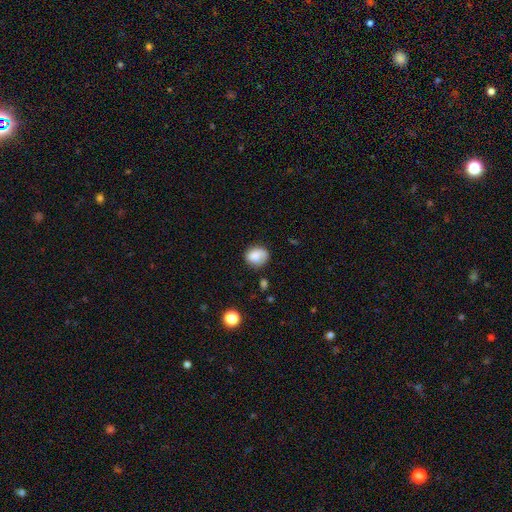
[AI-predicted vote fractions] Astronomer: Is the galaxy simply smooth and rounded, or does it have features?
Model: smooth — 72%.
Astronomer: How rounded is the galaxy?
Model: round — 69%.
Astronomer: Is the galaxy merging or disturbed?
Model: none — 64%.